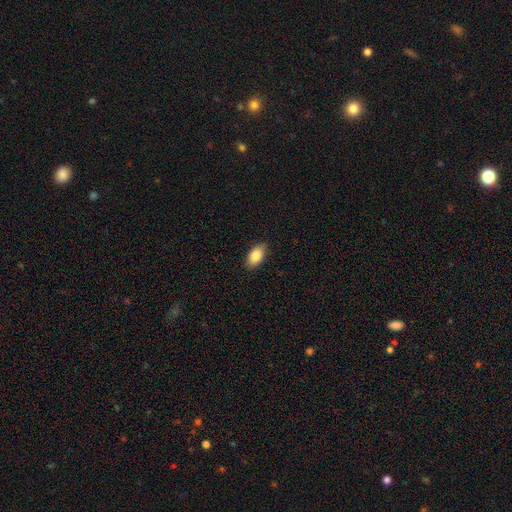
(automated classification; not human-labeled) A smooth galaxy with no disk features (83%) that is in between round and cigar-shaped (92%).

Vote fractions:
- Smooth or featured? smooth: 83% / featured or disk: 10% / star or artifact: 7%
- How rounded? in between: 92% / round: 5% / cigar-shaped: 3%
- Merging? none: 87% / minor disturbance: 10% / major disturbance: 2% / merger: 1%